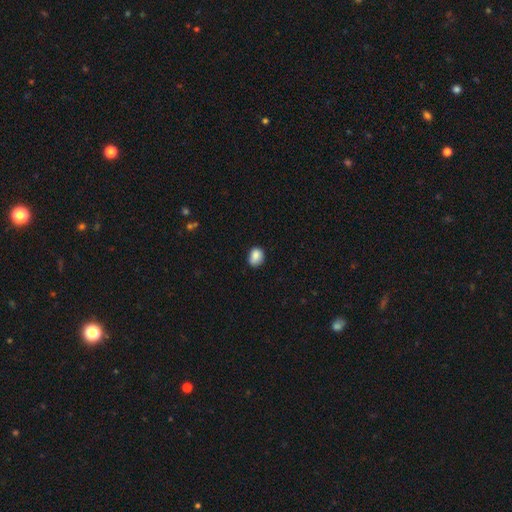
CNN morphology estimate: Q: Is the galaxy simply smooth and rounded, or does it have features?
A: smooth — 85%.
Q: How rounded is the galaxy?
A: in between — 53%.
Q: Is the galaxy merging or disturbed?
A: none — 68%.